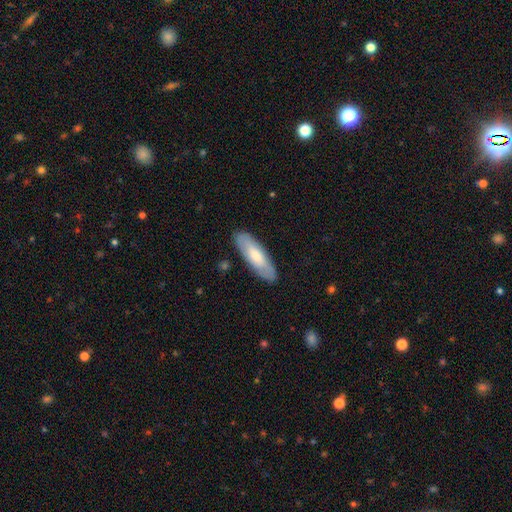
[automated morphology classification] This appears to be a smooth galaxy with no disk features (65%) that is in between round and cigar-shaped (54%). Merging: none (87%).